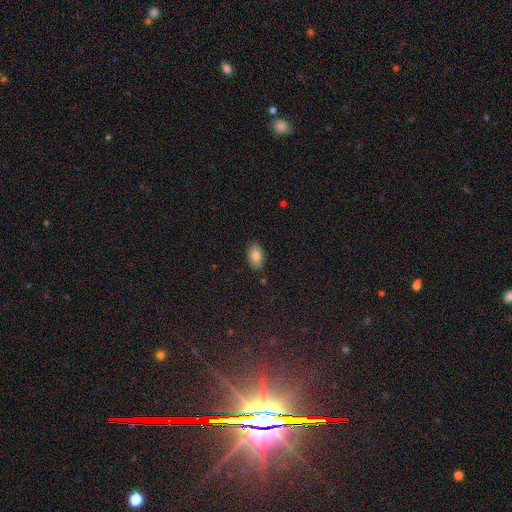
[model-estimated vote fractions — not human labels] smooth_or_featured: smooth (p=0.83) [alt: featured or disk p=0.09]
how_rounded: in between (p=0.92) [alt: round p=0.06]
merging: none (p=0.85) [alt: minor disturbance p=0.11]